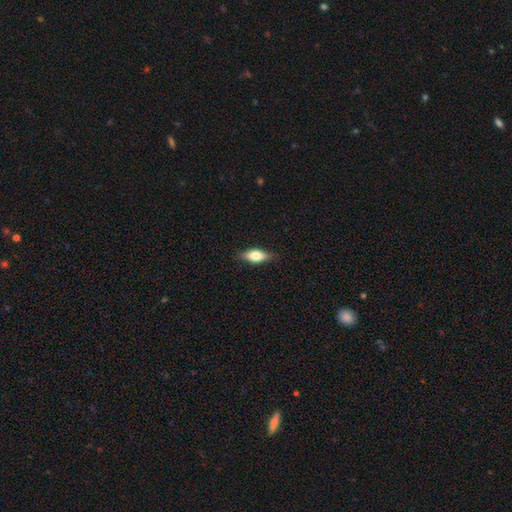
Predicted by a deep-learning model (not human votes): smooth_or_featured: smooth (p=0.59) [alt: featured or disk p=0.33]
how_rounded: in between (p=0.71) [alt: cigar-shaped p=0.25]
merging: none (p=0.83) [alt: minor disturbance p=0.13]